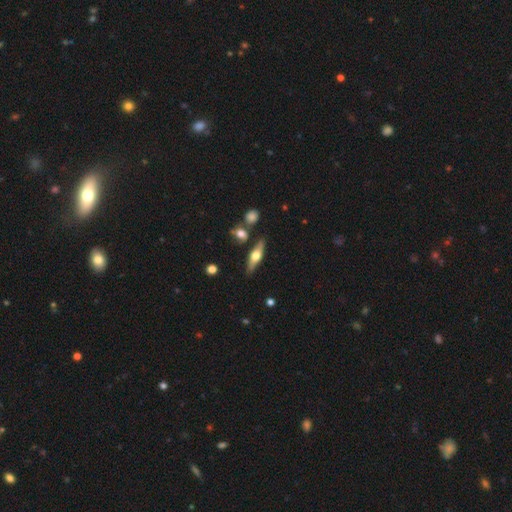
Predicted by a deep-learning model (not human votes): smooth-or-featured: featured or disk: 54% | smooth: 39% | star or artifact: 6%
  disk-edge-on: yes: 90% | no: 10%
  merging: none: 79% | minor disturbance: 11% | merger: 7% | major disturbance: 3%